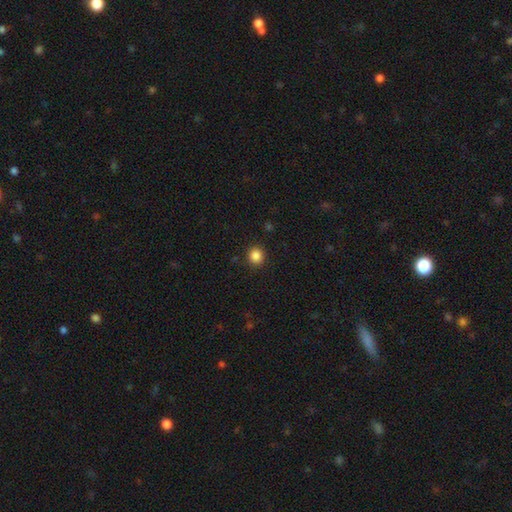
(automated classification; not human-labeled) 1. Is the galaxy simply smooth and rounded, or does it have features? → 86% smooth, 11% star or artifact, 3% featured or disk.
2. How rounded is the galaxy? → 89% round, 10% in between, 1% cigar-shaped.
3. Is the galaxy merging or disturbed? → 91% none, 6% minor disturbance, 2% major disturbance, 1% merger.